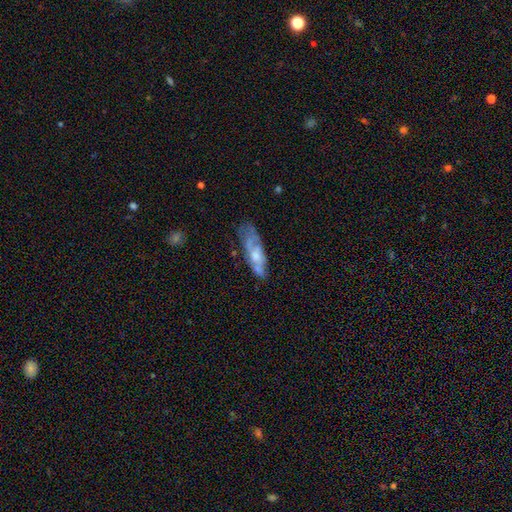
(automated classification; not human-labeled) Morphology: type=featured or disk (52%); edge-on=no (73%); merging=none (48%).